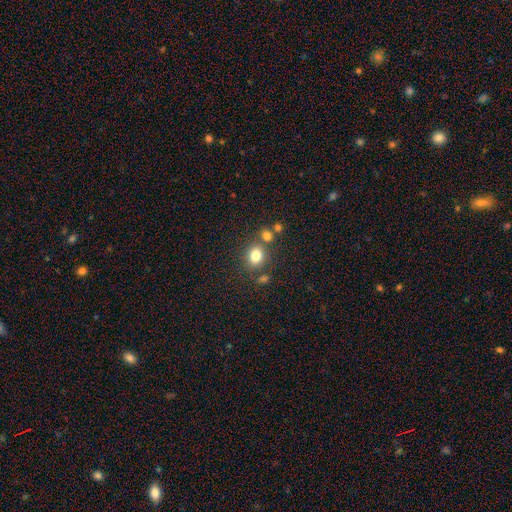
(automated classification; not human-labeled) Smooth or featured? smooth (80%)
How rounded? round (60%)
Merging? none (69%)